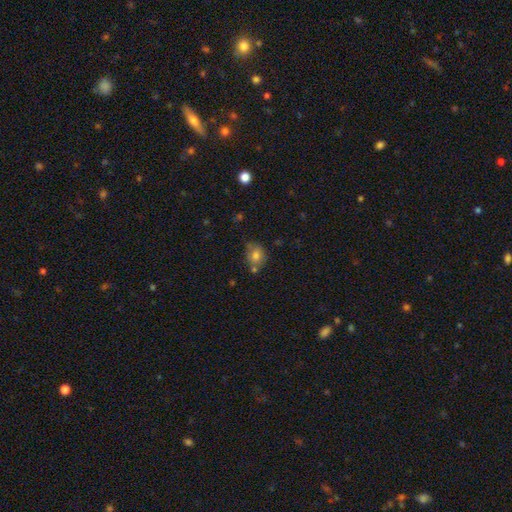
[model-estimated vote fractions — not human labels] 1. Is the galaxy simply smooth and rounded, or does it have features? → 76% smooth, 12% star or artifact, 12% featured or disk.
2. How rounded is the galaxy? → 67% round, 32% in between, 1% cigar-shaped.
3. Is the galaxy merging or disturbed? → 62% none, 20% minor disturbance, 13% merger, 5% major disturbance.